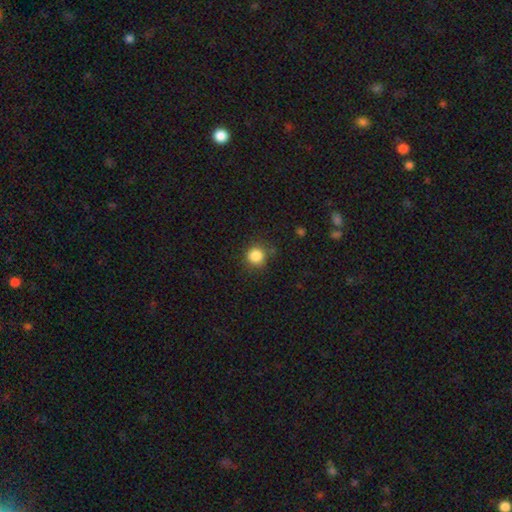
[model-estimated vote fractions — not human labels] smooth-or-featured: smooth: 85% | star or artifact: 11% | featured or disk: 4%
  how-rounded: round: 92% | in between: 7% | cigar-shaped: 1%
  merging: none: 82% | minor disturbance: 13% | major disturbance: 4% | merger: 2%